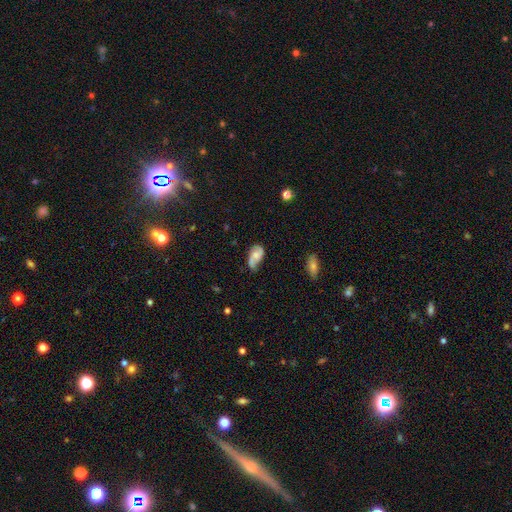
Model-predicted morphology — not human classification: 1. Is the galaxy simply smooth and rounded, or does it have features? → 57% featured or disk, 34% smooth, 8% star or artifact.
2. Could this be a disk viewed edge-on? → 96% no, 4% yes.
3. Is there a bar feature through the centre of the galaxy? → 63% no, 30% weak, 6% strong.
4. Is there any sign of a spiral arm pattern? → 88% yes, 12% no.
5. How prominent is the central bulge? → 32% moderate (tied), 32% small (tied), 26% none, 8% large, 2% dominant.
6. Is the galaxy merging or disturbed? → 48% none, 32% minor disturbance, 16% major disturbance, 4% merger.